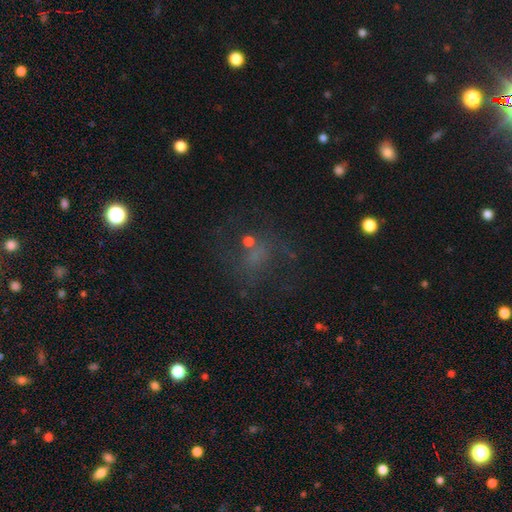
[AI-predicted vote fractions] Smooth or featured: featured or disk — 34% (tied with smooth — 34%)
Merging: none — 53% (major disturbance — 25%)